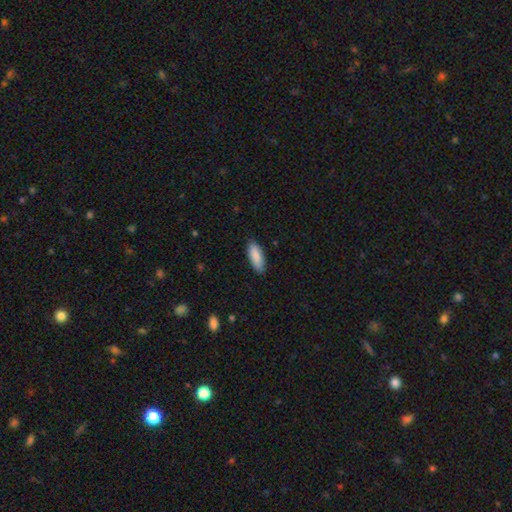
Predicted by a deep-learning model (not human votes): Smooth or featured? smooth (89%)
How rounded? in between (67%)
Merging? none (87%)